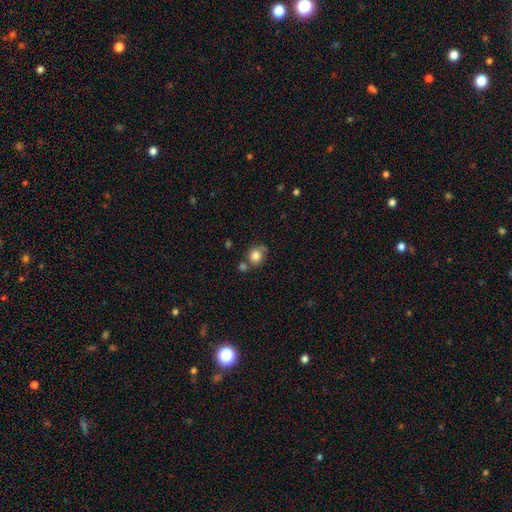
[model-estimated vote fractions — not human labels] A smooth galaxy with no disk features (82%) that is round (76%). Merging: none (59%).